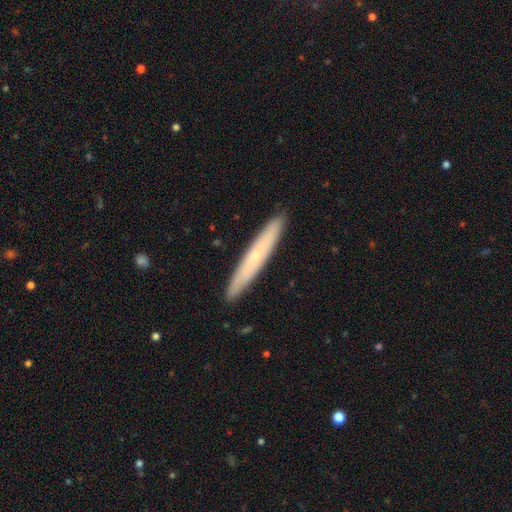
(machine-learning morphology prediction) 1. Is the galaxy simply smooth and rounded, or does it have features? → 61% smooth, 34% featured or disk, 6% star or artifact.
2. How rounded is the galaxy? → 96% cigar-shaped, 3% in between, 1% round.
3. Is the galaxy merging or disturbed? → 92% none, 6% minor disturbance, 1% major disturbance, 1% merger.